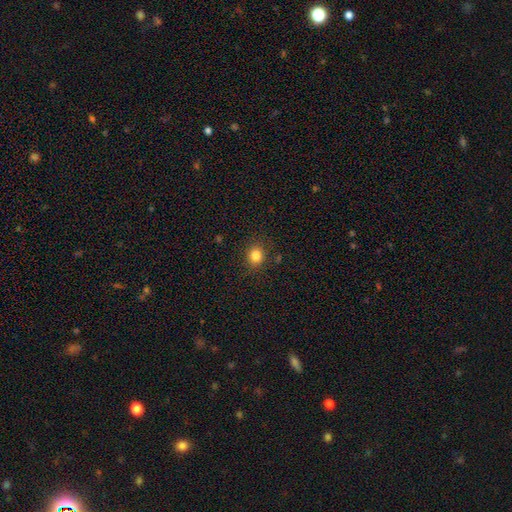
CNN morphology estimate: Smooth or featured? Predicted: smooth (p=0.83). How rounded? Predicted: round (p=0.76). Merging? Predicted: none (p=0.87).